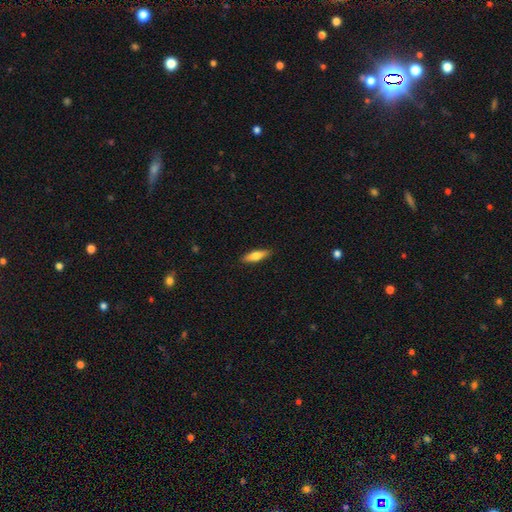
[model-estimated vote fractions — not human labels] A smooth galaxy with no disk features (67%) that is cigar-shaped (54%). Merging: none (89%).